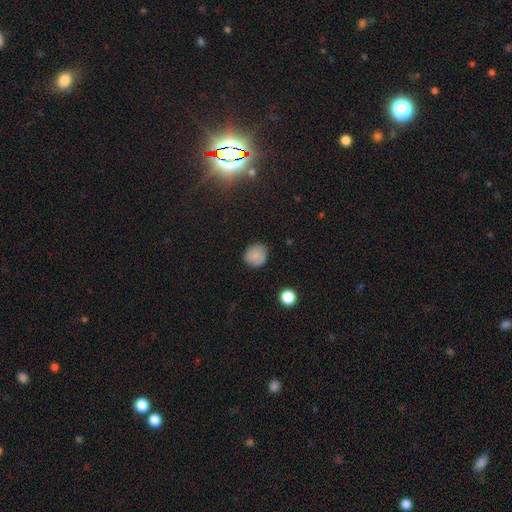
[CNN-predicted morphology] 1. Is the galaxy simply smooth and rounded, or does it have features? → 82% smooth, 10% star or artifact, 8% featured or disk.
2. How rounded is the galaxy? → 85% round, 14% in between, 1% cigar-shaped.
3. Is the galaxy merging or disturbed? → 83% none, 12% minor disturbance, 3% major disturbance, 1% merger.